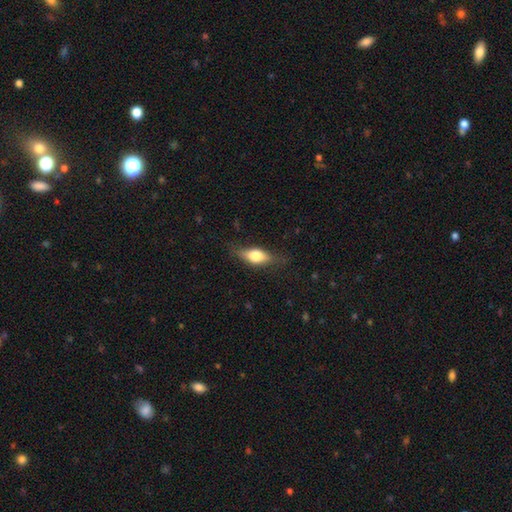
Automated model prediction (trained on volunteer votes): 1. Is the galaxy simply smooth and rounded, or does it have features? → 60% smooth, 33% featured or disk, 7% star or artifact.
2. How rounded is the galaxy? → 70% in between, 24% cigar-shaped, 6% round.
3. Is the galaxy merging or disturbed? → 74% none, 19% minor disturbance, 6% major disturbance, 1% merger.